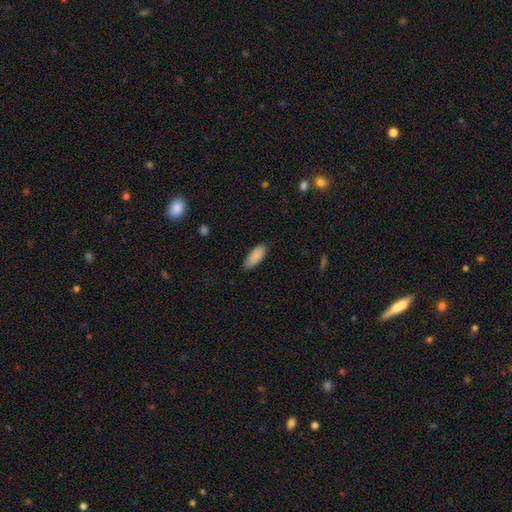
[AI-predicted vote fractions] This is clearly a smooth galaxy (89%). How rounded: clearly in between (81%). Merging: clearly none (83%).